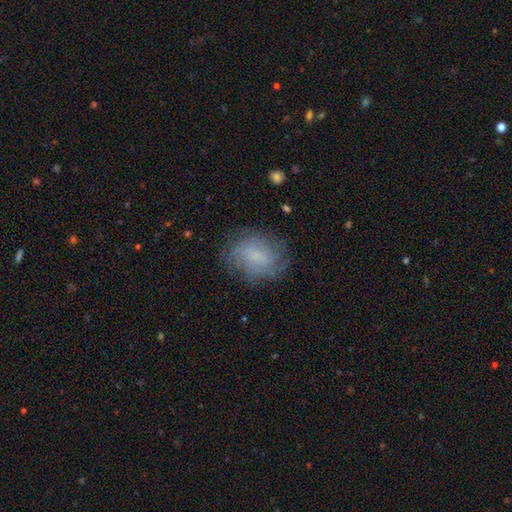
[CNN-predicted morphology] smooth_or_featured: smooth (p=0.49) [alt: featured or disk p=0.38]
merging: none (p=0.75) [alt: minor disturbance p=0.17]